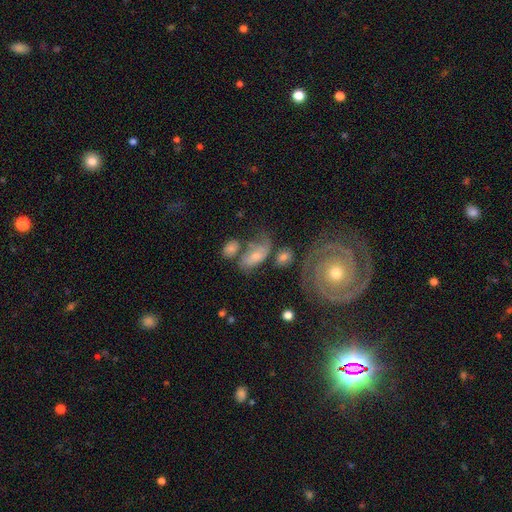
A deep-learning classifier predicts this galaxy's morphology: Q: Smooth or featured?
A: featured or disk (67%); runner-up: smooth (21%)
Q: Edge-on disk?
A: no (95%); runner-up: yes (5%)
Q: Bar?
A: no (67%); runner-up: weak (24%)
Q: Spiral arms?
A: yes (89%); runner-up: no (11%)
Q: Spiral winding?
A: tight (58%); runner-up: medium (31%)
Q: Spiral arm count?
A: 2 (67%); runner-up: can't tell (16%)
Q: Bulge size?
A: moderate (47%); tied with: small (47%)
Q: Merging?
A: none (52%); runner-up: minor disturbance (19%)